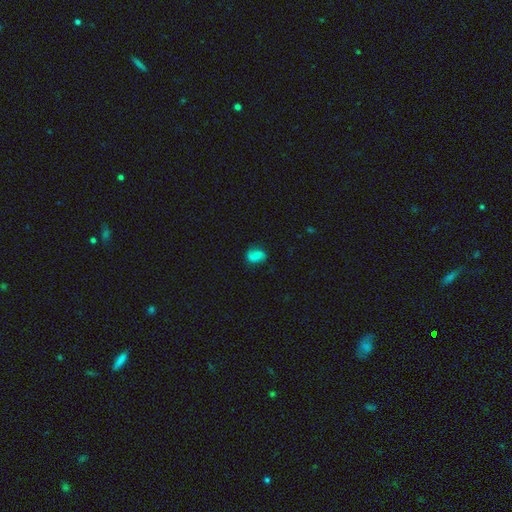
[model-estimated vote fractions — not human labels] smooth-or-featured: smooth: 56% | featured or disk: 33% | star or artifact: 11%
  how-rounded: in between: 61% | round: 37% | cigar-shaped: 2%
  merging: none: 69% | minor disturbance: 22% | major disturbance: 7% | merger: 2%